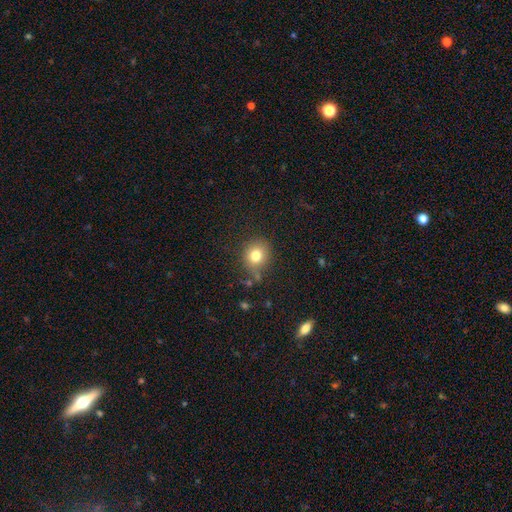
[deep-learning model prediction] smooth 79%, star or artifact 12%, featured or disk 9%. Down the decision tree: how rounded — round (81%); merging — none (78%).